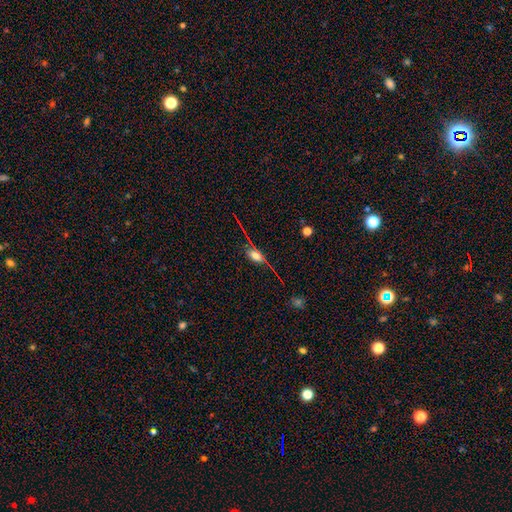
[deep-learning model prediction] Smooth or featured? Predicted: smooth (p=0.49). Merging? Predicted: none (p=0.72).